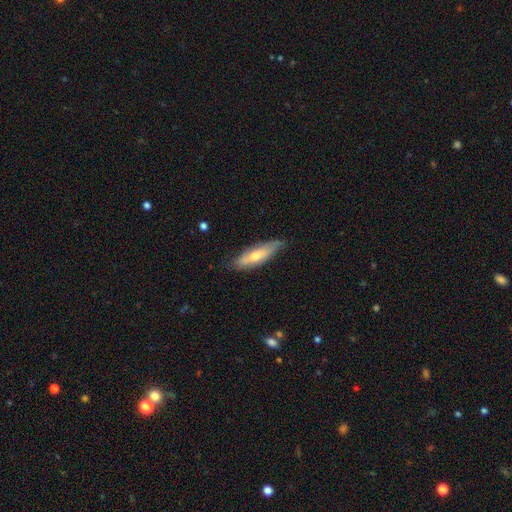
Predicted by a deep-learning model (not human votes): Smooth or featured: smooth — 56% (featured or disk — 39%)
How rounded: cigar-shaped — 55% (in between — 43%)
Merging: none — 74% (minor disturbance — 21%)